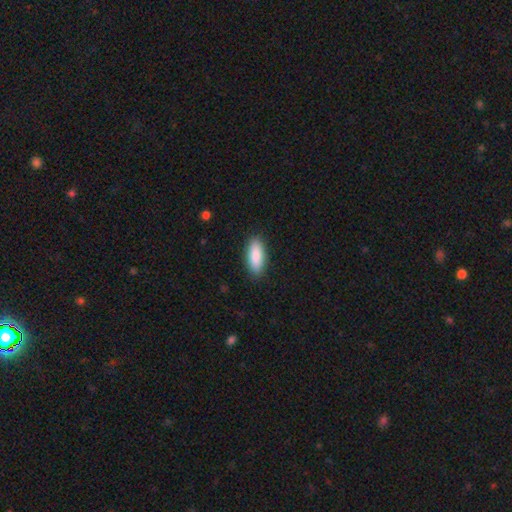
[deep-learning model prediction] Smooth or featured? Predicted: smooth (p=0.88). How rounded? Predicted: in between (p=0.75). Merging? Predicted: none (p=0.88).